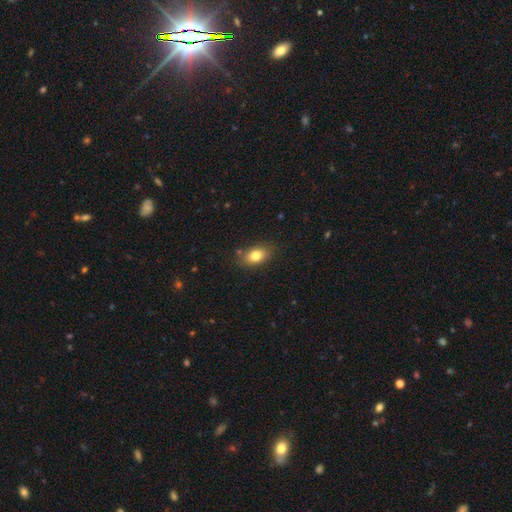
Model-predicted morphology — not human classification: This is likely a smooth galaxy (80%). How rounded: clearly in between (83%). Merging: clearly none (81%).